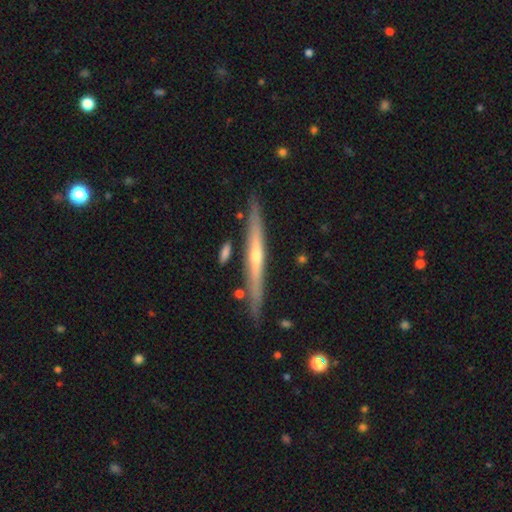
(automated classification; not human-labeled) Q: Smooth or featured?
A: featured or disk (74%); runner-up: smooth (21%)
Q: Edge-on disk?
A: yes (97%); runner-up: no (3%)
Q: Edge-on bulge?
A: rounded (65%); runner-up: none (32%)
Q: Merging?
A: none (86%); runner-up: minor disturbance (9%)